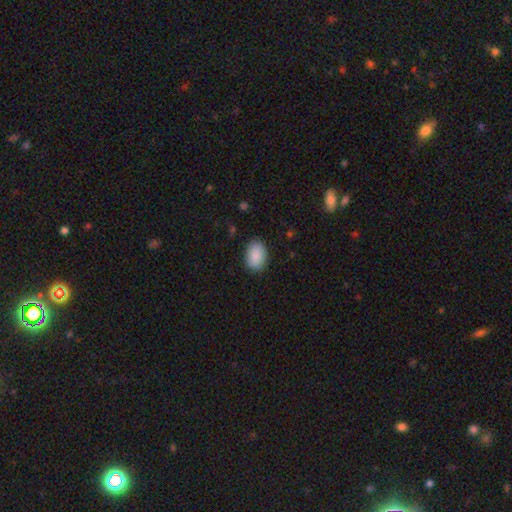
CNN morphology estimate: Smooth or featured?
  - smooth: 88% *
  - star or artifact: 7%
  - featured or disk: 5%
How rounded?
  - in between: 83% *
  - round: 16%
  - cigar-shaped: 1%
Merging?
  - none: 86% *
  - minor disturbance: 10%
  - major disturbance: 2%
  - merger: 1%